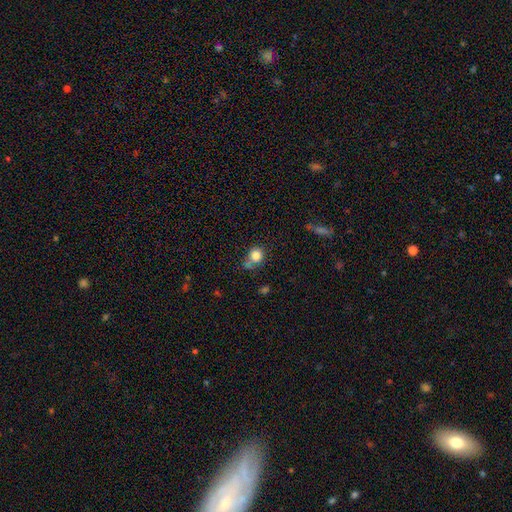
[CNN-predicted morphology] Smooth or featured? smooth (82%)
How rounded? round (79%)
Merging? none (51%)